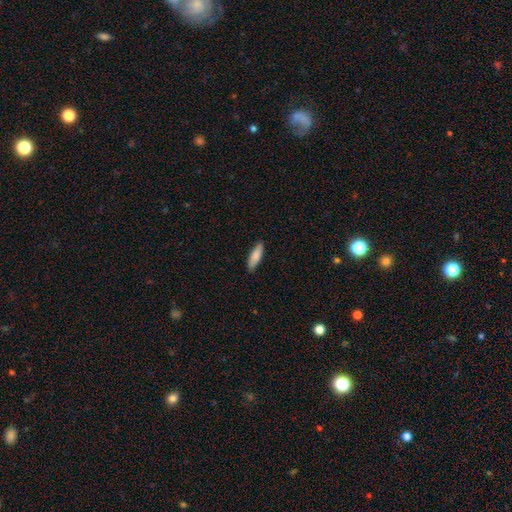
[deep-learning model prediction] A smooth galaxy with no disk features (84%) that is cigar-shaped (50%).

Vote fractions:
- Smooth or featured? smooth: 84% / featured or disk: 11% / star or artifact: 5%
- How rounded? cigar-shaped: 50% / in between: 48% / round: 2%
- Merging? none: 87% / minor disturbance: 10% / major disturbance: 2% / merger: 1%